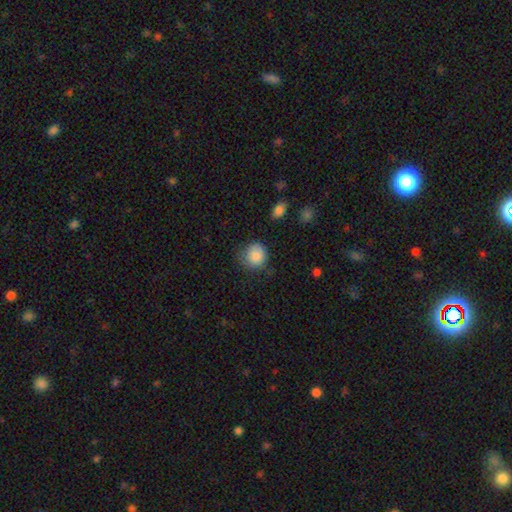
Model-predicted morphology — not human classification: Q: Smooth or featured?
A: smooth (87%); runner-up: star or artifact (8%)
Q: How rounded?
A: round (86%); runner-up: in between (13%)
Q: Merging?
A: none (69%); runner-up: minor disturbance (23%)